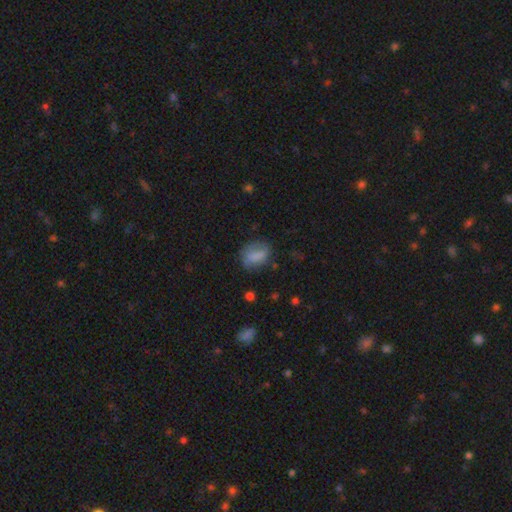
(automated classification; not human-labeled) This appears to be a smooth galaxy with no disk features (75%) that is in between round and cigar-shaped (71%). Merging: none (64%).